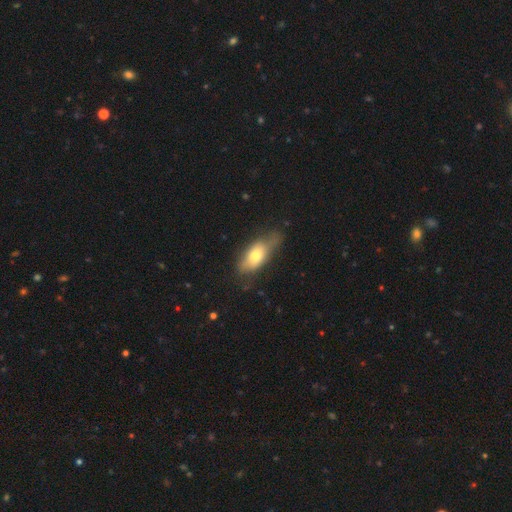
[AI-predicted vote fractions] A smooth galaxy with no disk features (66%) that is in between round and cigar-shaped (81%).

Vote fractions:
- Smooth or featured? smooth: 66% / featured or disk: 27% / star or artifact: 6%
- How rounded? in between: 81% / cigar-shaped: 15% / round: 4%
- Merging? none: 50% / minor disturbance: 34% / major disturbance: 13% / merger: 3%